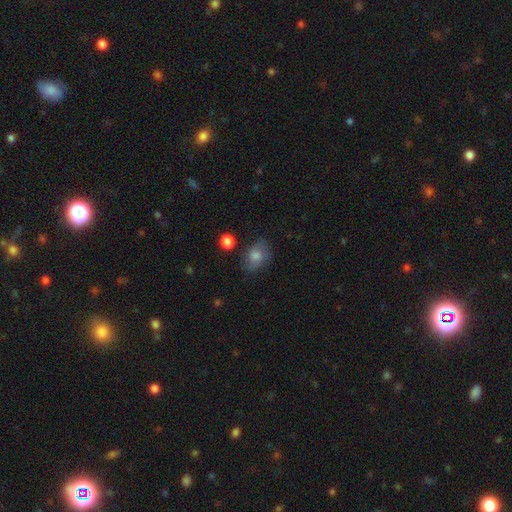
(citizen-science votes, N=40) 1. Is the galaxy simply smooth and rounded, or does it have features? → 80% smooth, 12% featured or disk, 8% star or artifact.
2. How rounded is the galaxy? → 69% in between, 31% round, 0% cigar-shaped.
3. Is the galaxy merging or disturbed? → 68% none, 24% minor disturbance, 5% merger, 3% major disturbance.